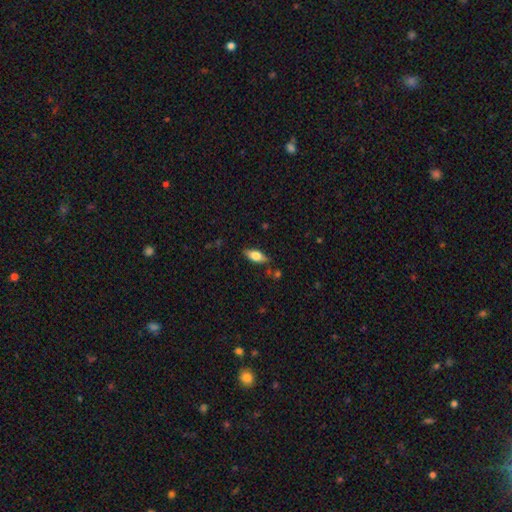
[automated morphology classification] A smooth galaxy with no disk features (67%) that is in between round and cigar-shaped (80%). Merging: none (81%).